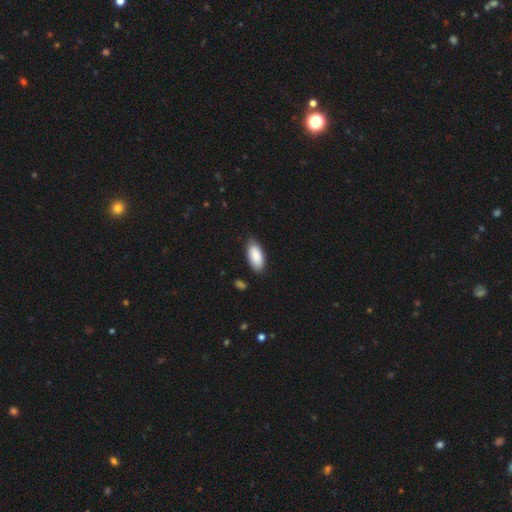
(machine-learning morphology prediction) Smooth or featured?
  - smooth: 88% *
  - star or artifact: 6%
  - featured or disk: 6%
How rounded?
  - in between: 92% *
  - cigar-shaped: 6%
  - round: 2%
Merging?
  - none: 81% *
  - minor disturbance: 15%
  - major disturbance: 2%
  - merger: 2%